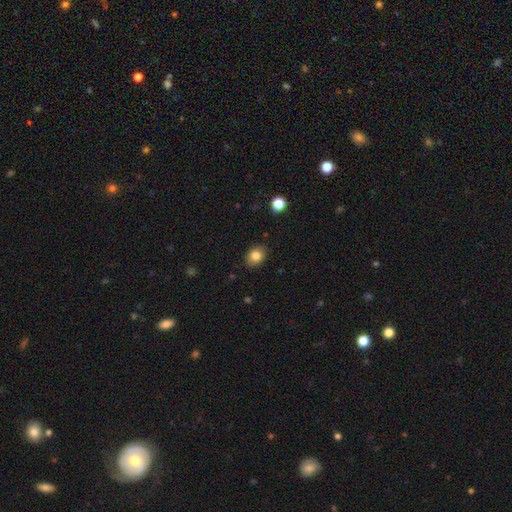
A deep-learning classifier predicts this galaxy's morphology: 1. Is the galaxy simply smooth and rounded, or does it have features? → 82% smooth, 10% star or artifact, 8% featured or disk.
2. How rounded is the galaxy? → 60% in between, 39% round, 1% cigar-shaped.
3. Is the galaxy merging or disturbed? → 87% none, 10% minor disturbance, 2% major disturbance, 1% merger.